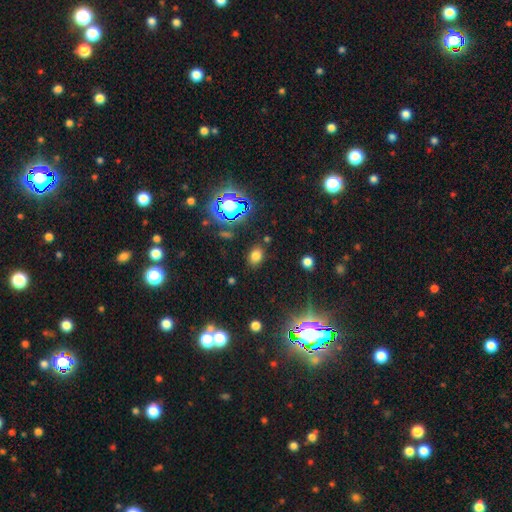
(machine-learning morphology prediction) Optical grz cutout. It shows a smooth galaxy with no disk features (70%) that is in between round and cigar-shaped (67%). Merging: none (84%).